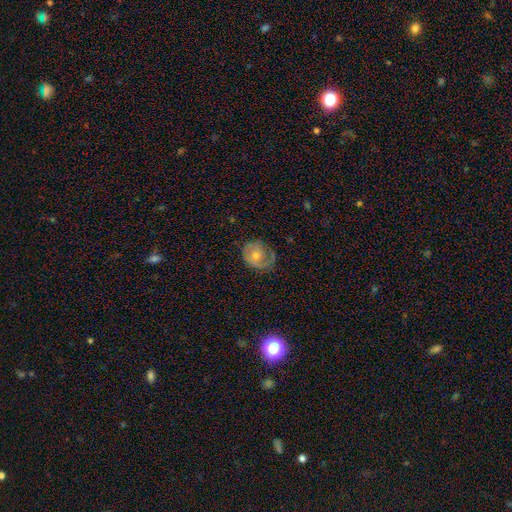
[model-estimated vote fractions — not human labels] This appears to be a featured or disk galaxy (61%) with no bar (78%), spiral arms (79%) and a moderate central bulge (50%). Merging: none (61%).